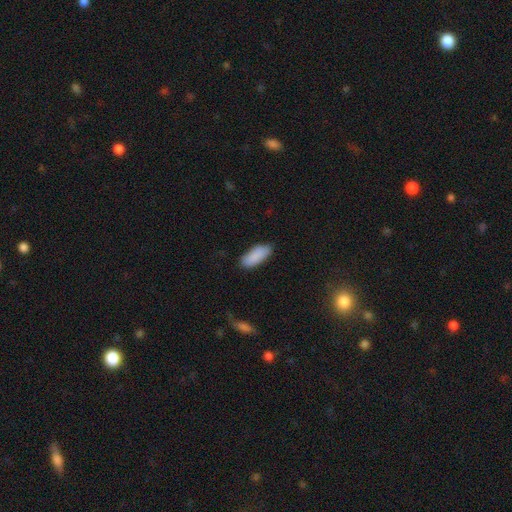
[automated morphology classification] Smooth or featured? Predicted: smooth (p=0.89). How rounded? Predicted: in between (p=0.81). Merging? Predicted: none (p=0.82).